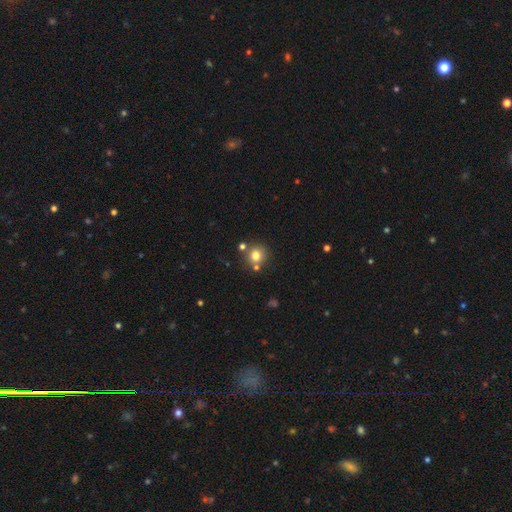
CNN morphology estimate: Smooth or featured? smooth (77%)
How rounded? round (90%)
Merging? none (73%)